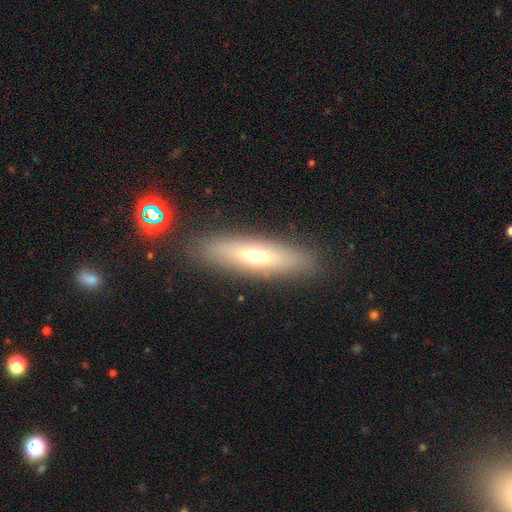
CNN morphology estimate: type=smooth (51%); roundness=cigar-shaped (67%); merging=none (86%).